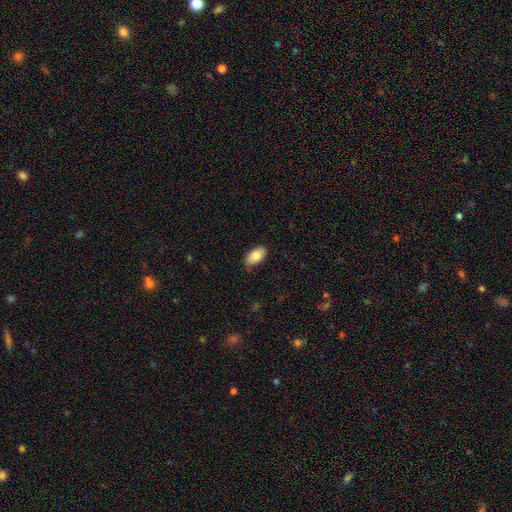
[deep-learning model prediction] The model was most divided on "merging": none: 80%, minor disturbance: 17%, major disturbance: 3%, merger: 1%. More confident: how rounded — in between (95%); smooth or featured — smooth (80%).